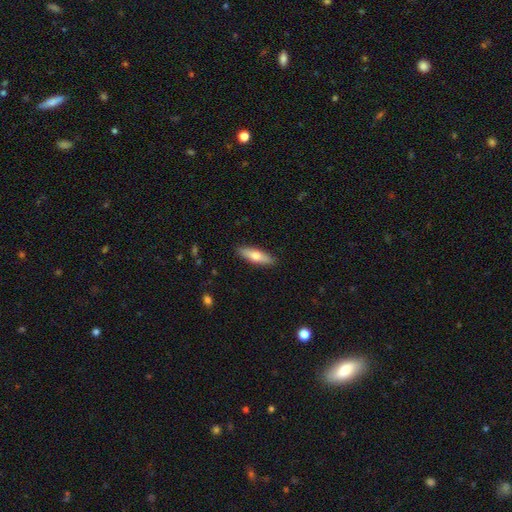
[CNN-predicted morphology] Smooth or featured: smooth — 64% (featured or disk — 30%)
How rounded: cigar-shaped — 59% (in between — 39%)
Merging: none — 90% (minor disturbance — 7%)